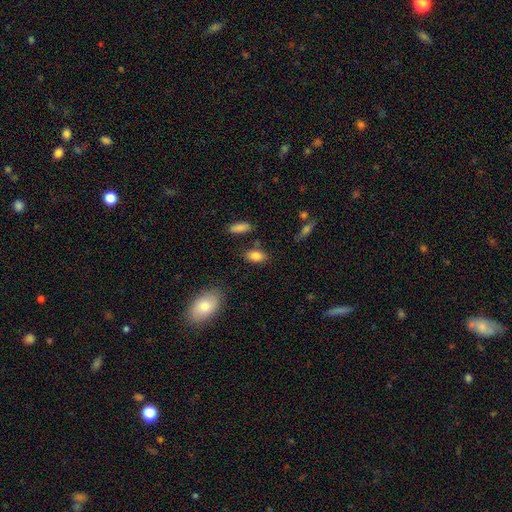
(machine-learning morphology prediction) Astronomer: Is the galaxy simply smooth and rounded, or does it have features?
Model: smooth — 84%.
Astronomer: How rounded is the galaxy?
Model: in between — 89%.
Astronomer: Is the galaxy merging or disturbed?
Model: none — 77%.